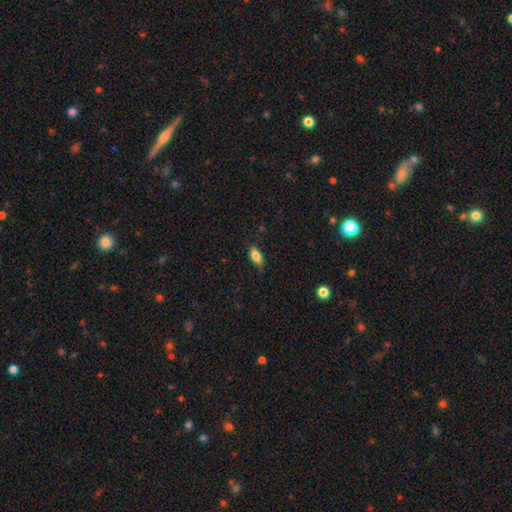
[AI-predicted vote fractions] Smooth or featured? Predicted: smooth (p=0.81). How rounded? Predicted: in between (p=0.85). Merging? Predicted: none (p=0.79).